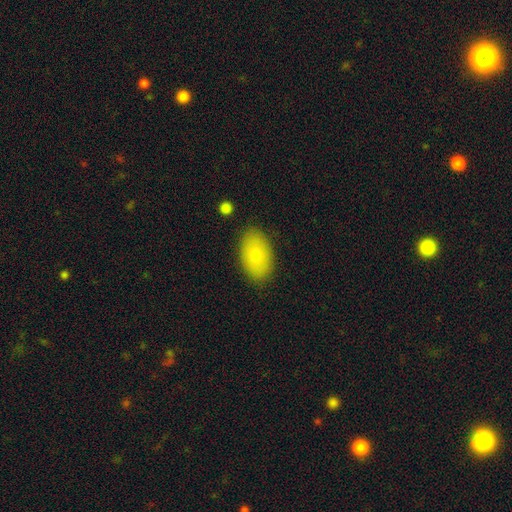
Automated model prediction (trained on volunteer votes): This appears to be a smooth galaxy with no disk features (75%) that is in between round and cigar-shaped (91%). Merging: none (85%).